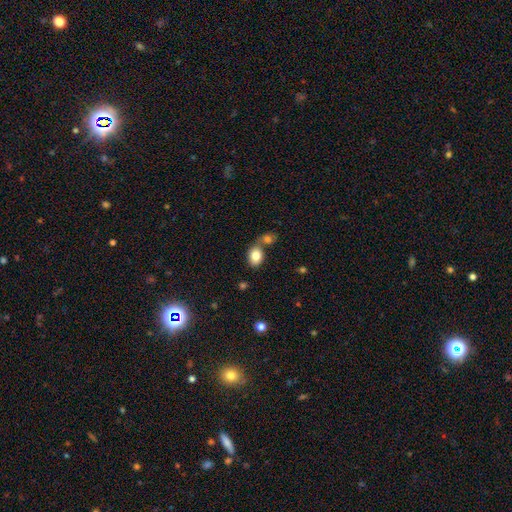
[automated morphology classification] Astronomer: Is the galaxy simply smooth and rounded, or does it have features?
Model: smooth — 82%.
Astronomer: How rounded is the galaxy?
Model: in between — 67%.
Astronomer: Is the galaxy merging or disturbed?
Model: none — 47% (runner-up: merger, 38%).